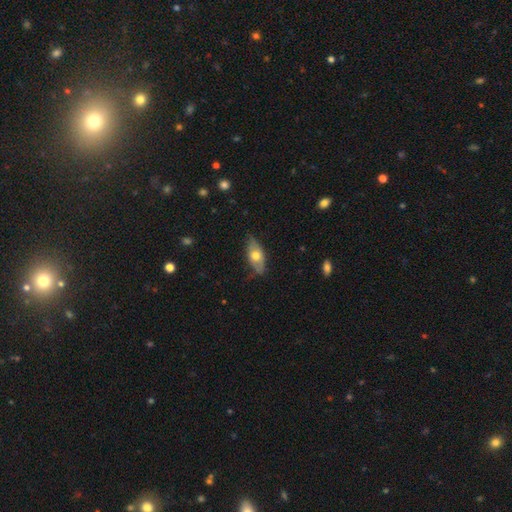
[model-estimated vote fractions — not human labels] Morphology: type=smooth (58%); roundness=in between (83%); merging=none (73%).